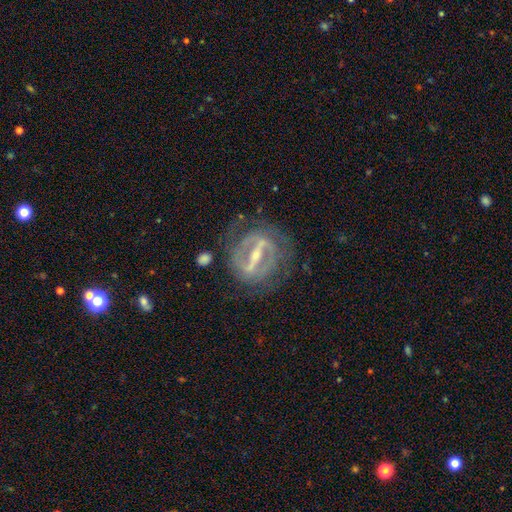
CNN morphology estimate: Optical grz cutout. It shows a featured or disk galaxy (87%) with a strong bar (83%), 2 (53%) tight (54%) spiral arms (72%) and a small central bulge (54%). Merging: none (72%).